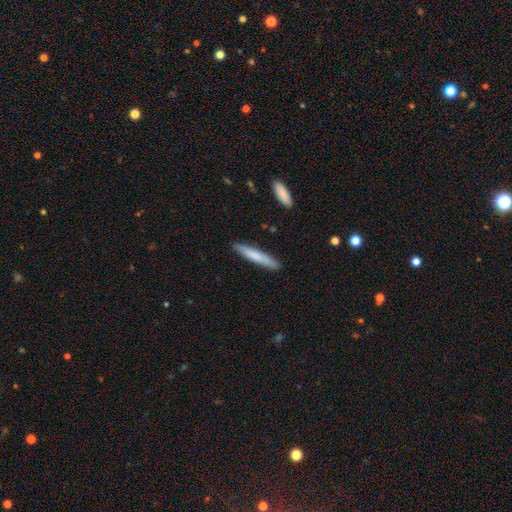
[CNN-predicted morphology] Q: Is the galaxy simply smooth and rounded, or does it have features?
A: smooth — 71%.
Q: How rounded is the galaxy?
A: cigar-shaped — 93%.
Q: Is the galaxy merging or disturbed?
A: none — 89%.